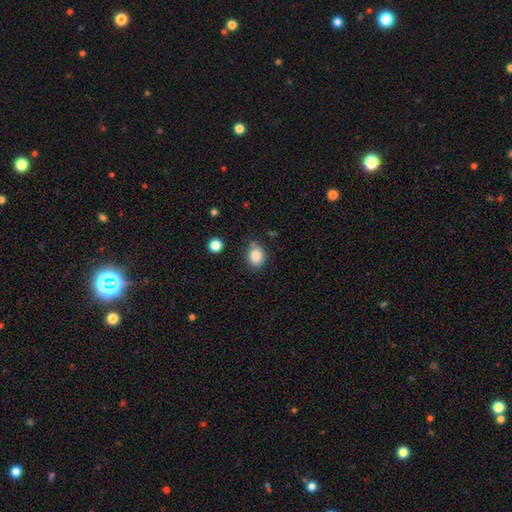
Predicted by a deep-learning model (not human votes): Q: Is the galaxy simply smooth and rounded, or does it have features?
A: smooth — 86%.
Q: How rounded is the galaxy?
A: round — 57%.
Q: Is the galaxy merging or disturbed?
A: none — 74%.